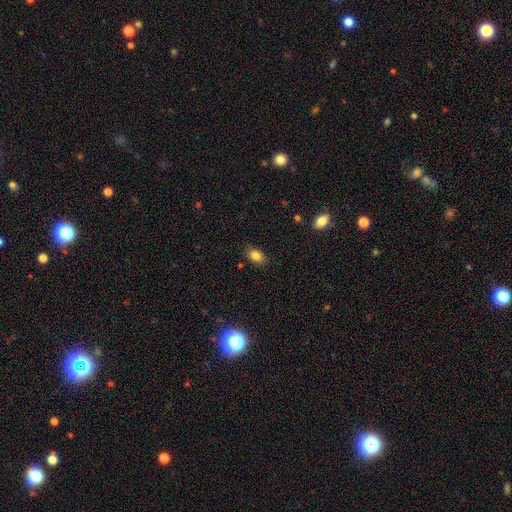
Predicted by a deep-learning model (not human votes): smooth_or_featured: smooth (p=0.82) [alt: star or artifact p=0.10]
how_rounded: in between (p=0.84) [alt: round p=0.14]
merging: none (p=0.85) [alt: minor disturbance p=0.11]